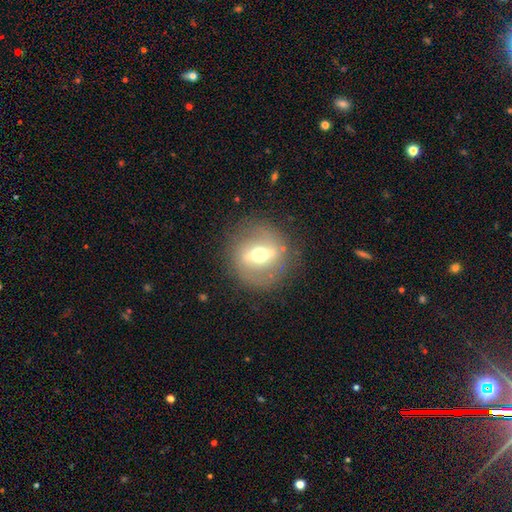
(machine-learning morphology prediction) smooth_or_featured: featured or disk (p=0.68) [alt: smooth p=0.23]
disk_edge_on: no (p=0.68) [alt: yes p=0.32]
merging: none (p=0.83) [alt: minor disturbance p=0.10]